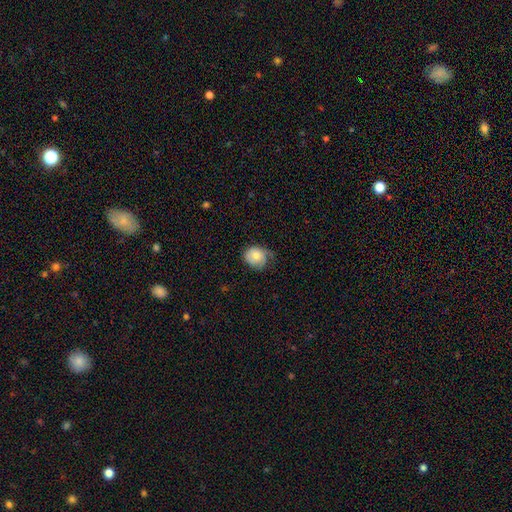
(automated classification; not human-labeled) A smooth galaxy with no disk features (63%) that is round (68%).

Vote fractions:
- Smooth or featured? smooth: 63% / featured or disk: 30% / star or artifact: 7%
- How rounded? round: 68% / in between: 31% / cigar-shaped: 1%
- Merging? none: 44% / minor disturbance: 37% / major disturbance: 17% / merger: 2%